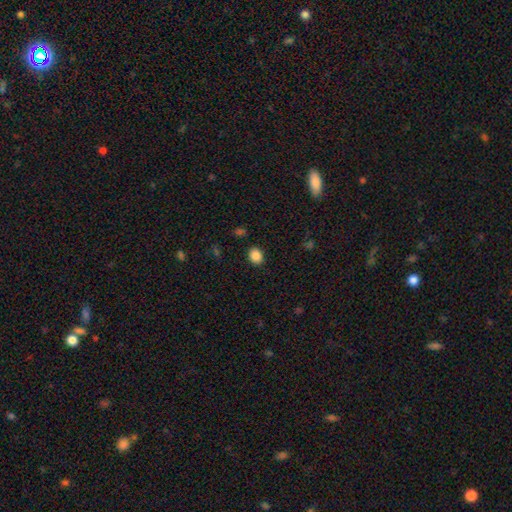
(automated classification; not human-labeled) Q: Smooth or featured?
A: smooth (87%); runner-up: star or artifact (10%)
Q: How rounded?
A: in between (50%); runner-up: round (49%)
Q: Merging?
A: none (88%); runner-up: minor disturbance (8%)